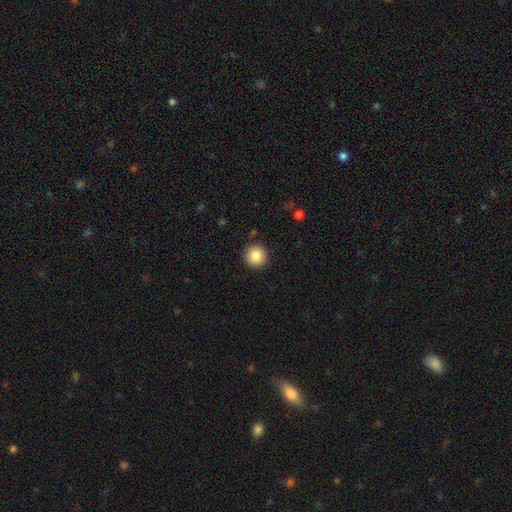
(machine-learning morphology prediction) This is clearly a smooth galaxy (86%). How rounded: clearly round (96%). Merging: clearly none (91%).